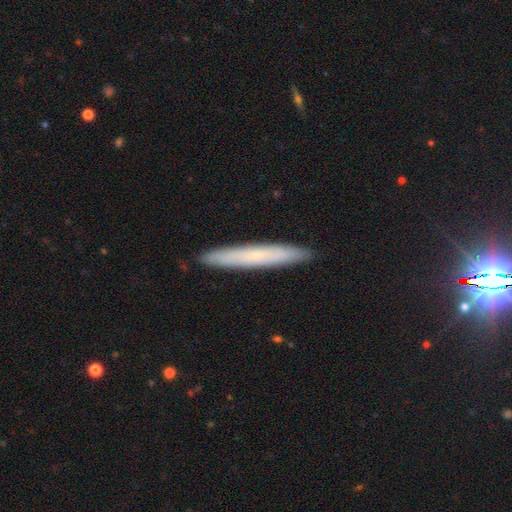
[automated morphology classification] Smooth or featured? Predicted: smooth (p=0.60). How rounded? Predicted: cigar-shaped (p=0.96). Merging? Predicted: none (p=0.91).